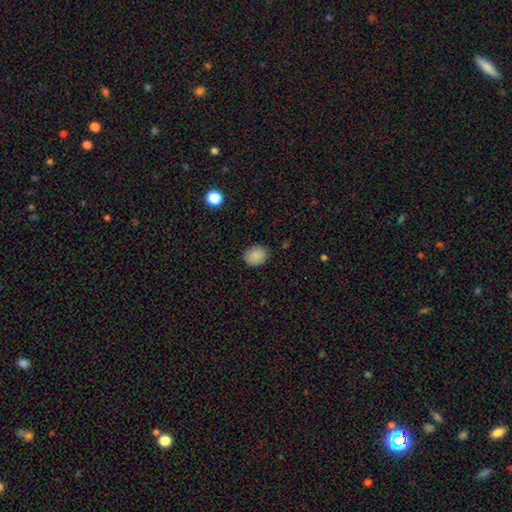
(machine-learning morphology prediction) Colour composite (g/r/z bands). It shows a smooth galaxy with no disk features (87%) that is round (56%). Merging: none (86%).